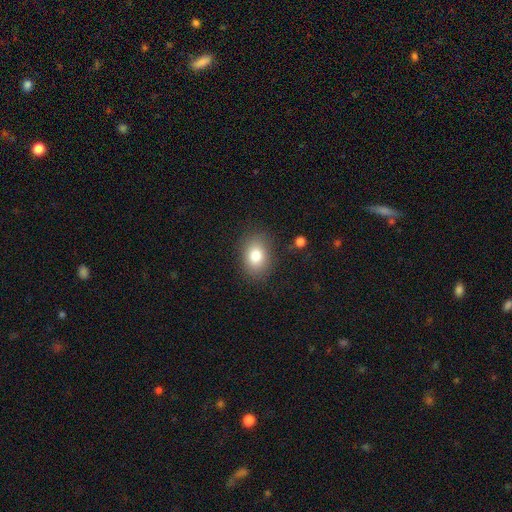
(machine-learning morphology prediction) The model was most divided on "how rounded": in between: 70%, round: 29%, cigar-shaped: 1%. More confident: merging — none (83%); smooth or featured — smooth (80%).